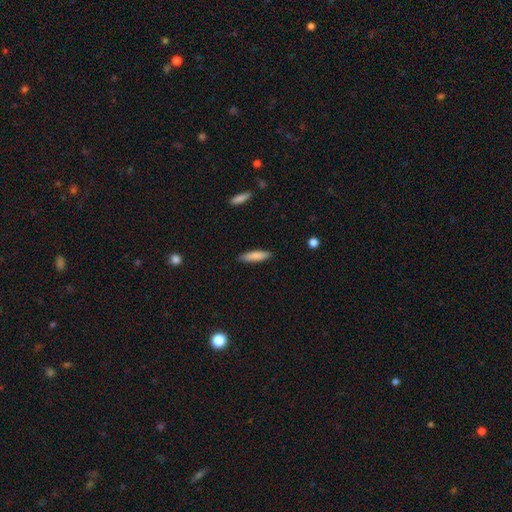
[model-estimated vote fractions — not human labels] Overall: smooth (83%). How rounded: cigar-shaped (72%). Merging: none (89%).